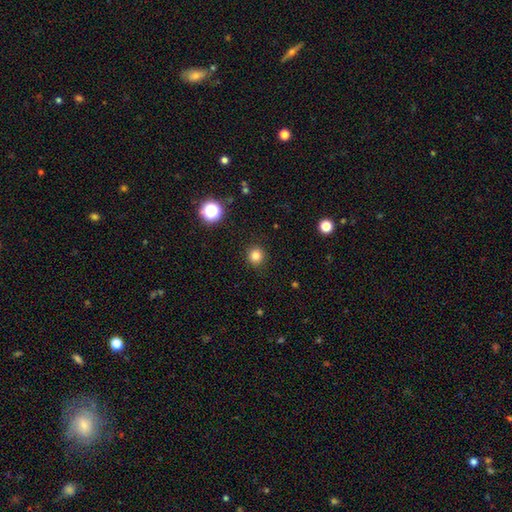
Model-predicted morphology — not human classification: A smooth galaxy with no disk features (82%) that is round (93%). Merging: none (91%).